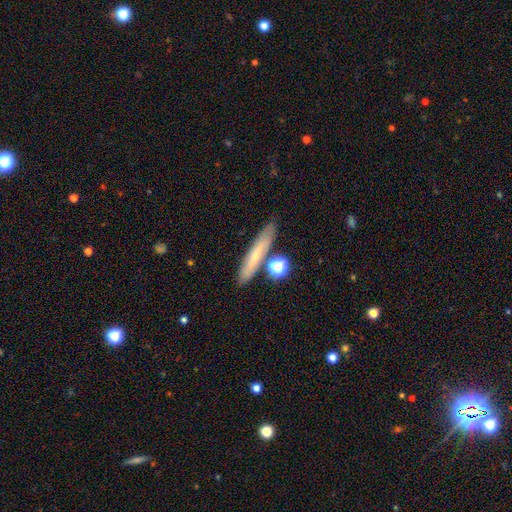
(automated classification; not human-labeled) Morphology: type=smooth (59%); roundness=cigar-shaped (86%); merging=none (76%).